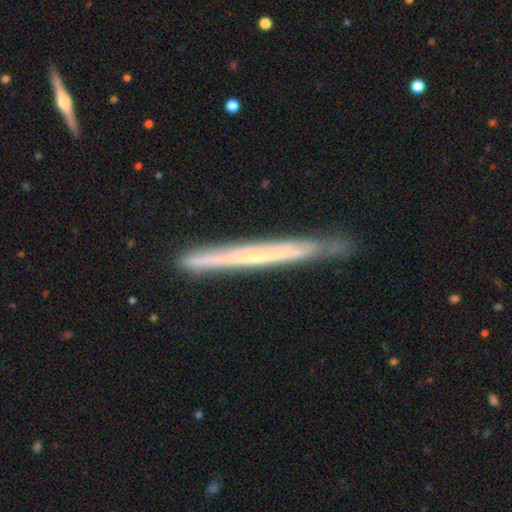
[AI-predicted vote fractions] The model was most divided on "smooth or featured": featured or disk: 65%, smooth: 29%, star or artifact: 7%. More confident: edge-on disk — yes (94%); edge-on bulge — none (83%); merging — none (82%).